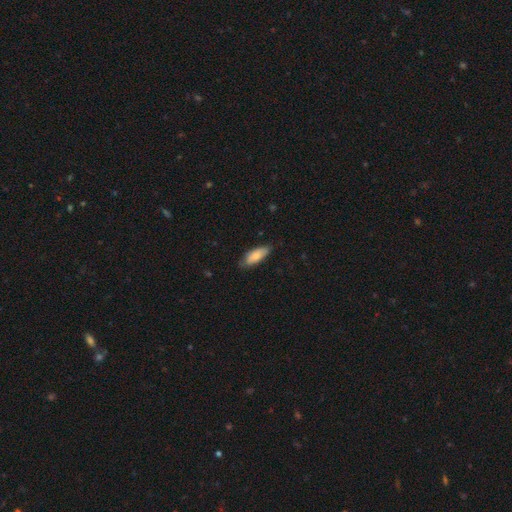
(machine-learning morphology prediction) Smooth or featured?
  - smooth: 77% *
  - featured or disk: 17%
  - star or artifact: 6%
How rounded?
  - in between: 75% *
  - cigar-shaped: 24%
  - round: 2%
Merging?
  - none: 73% *
  - minor disturbance: 23%
  - major disturbance: 3%
  - merger: 1%